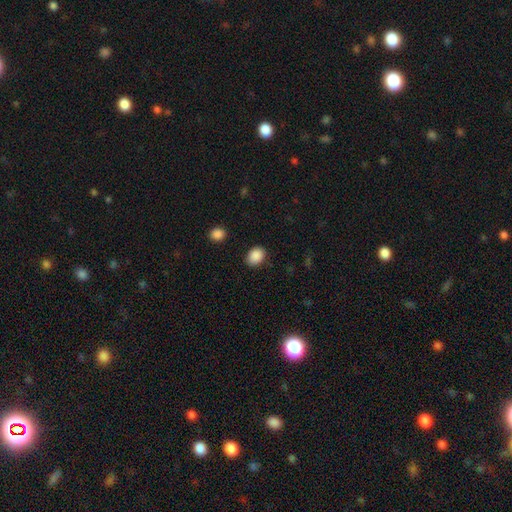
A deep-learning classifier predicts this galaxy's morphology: Q: Smooth or featured?
A: smooth (89%); runner-up: star or artifact (8%)
Q: How rounded?
A: in between (65%); runner-up: round (35%)
Q: Merging?
A: none (85%); runner-up: minor disturbance (11%)